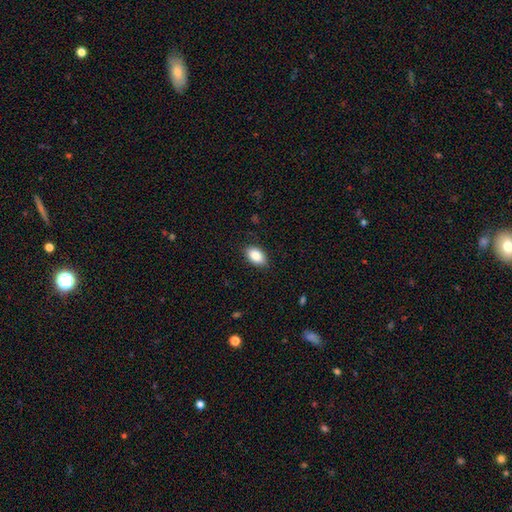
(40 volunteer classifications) This is clearly a smooth galaxy (88%). How rounded: clearly in between (91%). Merging: clearly none (95%).